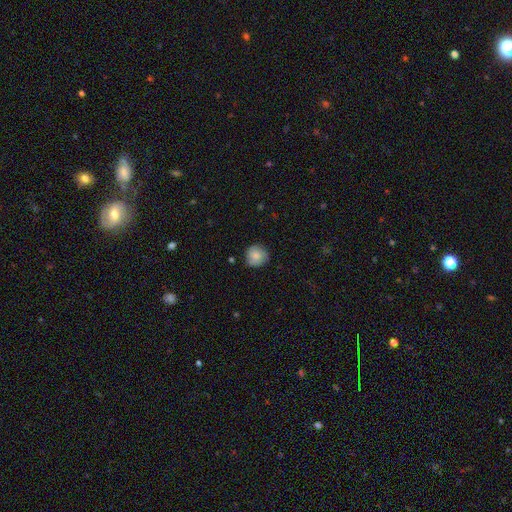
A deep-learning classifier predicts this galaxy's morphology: Smooth or featured? Predicted: smooth (p=0.81). How rounded? Predicted: round (p=0.93). Merging? Predicted: none (p=0.83).